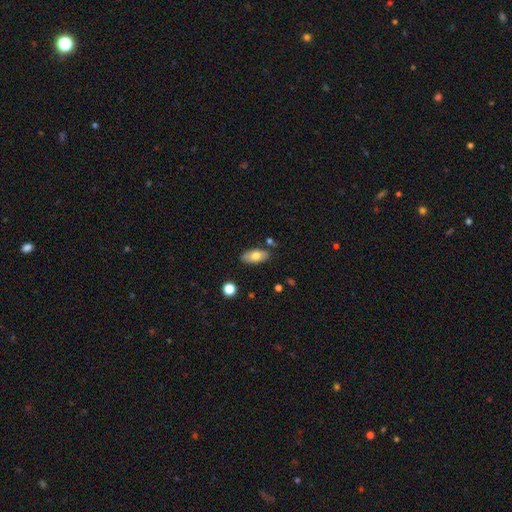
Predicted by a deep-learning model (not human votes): Smooth or featured: smooth — 73% (featured or disk — 20%)
How rounded: in between — 90% (cigar-shaped — 7%)
Merging: none — 81% (minor disturbance — 12%)